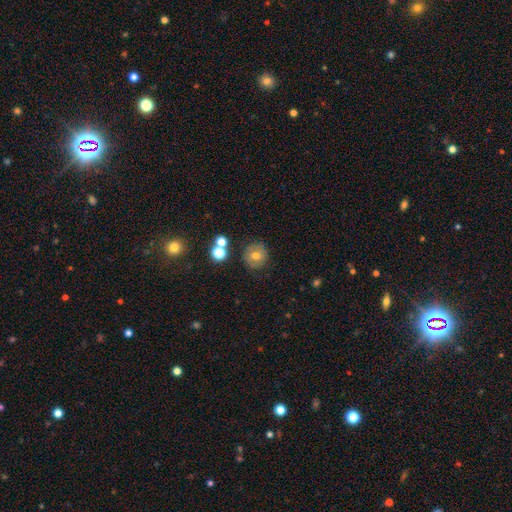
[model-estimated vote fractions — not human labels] Morphology: type=smooth (67%); roundness=round (91%); merging=none (80%).